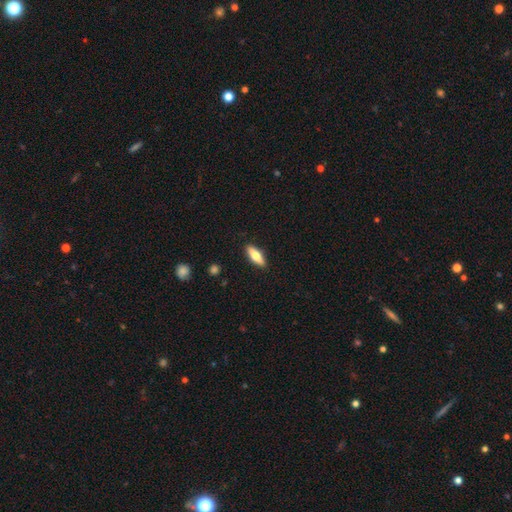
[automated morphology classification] Smooth or featured: smooth — 62% (featured or disk — 32%)
How rounded: in between — 60% (cigar-shaped — 37%)
Merging: none — 89% (minor disturbance — 8%)